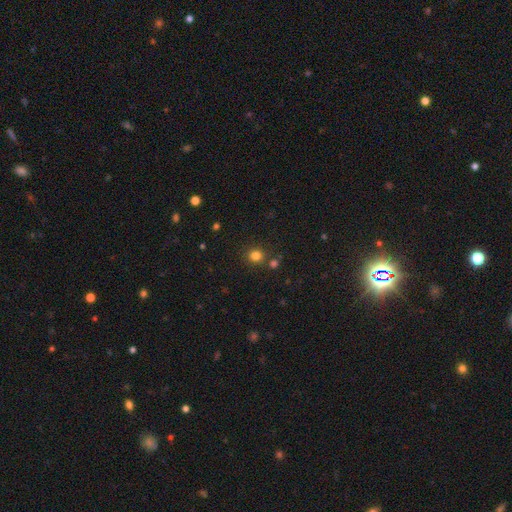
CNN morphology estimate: Overall: smooth (80%). How rounded: round (86%). Merging: none (80%).